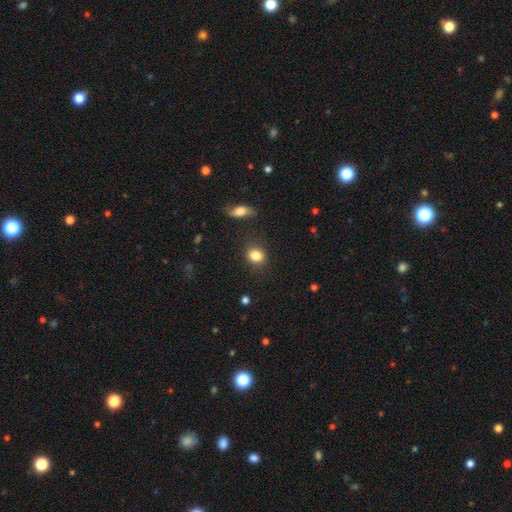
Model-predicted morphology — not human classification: A smooth galaxy with no disk features (84%) that is round (62%). Merging: none (83%).